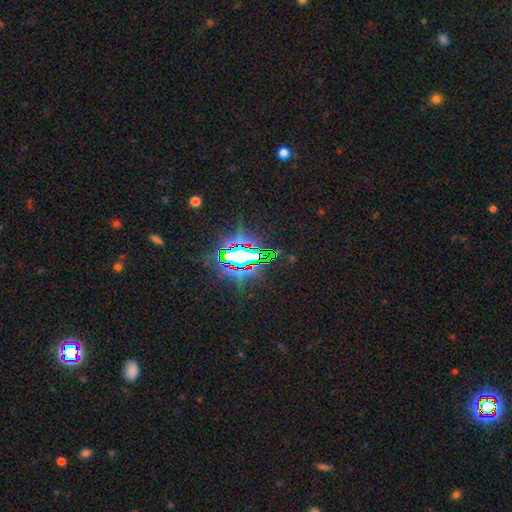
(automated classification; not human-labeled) Smooth or featured? Predicted: star or artifact (p=0.76).